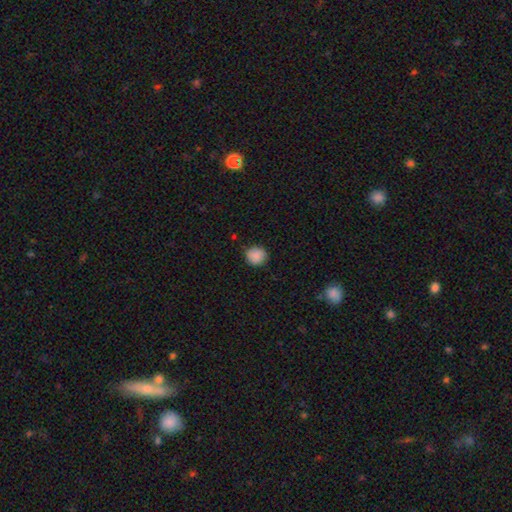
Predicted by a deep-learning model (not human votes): smooth-or-featured: smooth: 88% | star or artifact: 8% | featured or disk: 3%
  how-rounded: round: 89% | in between: 10% | cigar-shaped: 1%
  merging: none: 87% | minor disturbance: 10% | major disturbance: 2% | merger: 1%